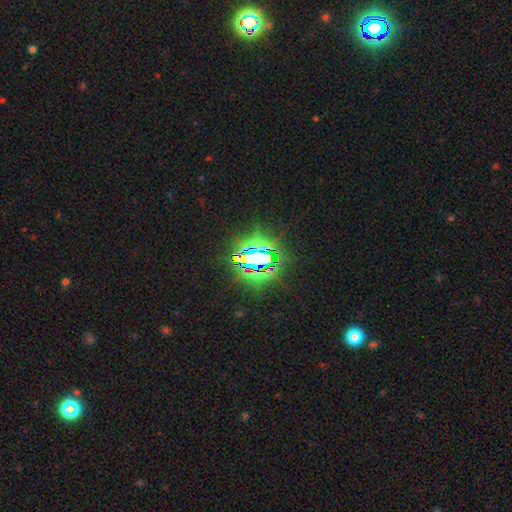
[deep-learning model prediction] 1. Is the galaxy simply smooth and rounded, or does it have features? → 77% star or artifact, 12% smooth, 11% featured or disk.